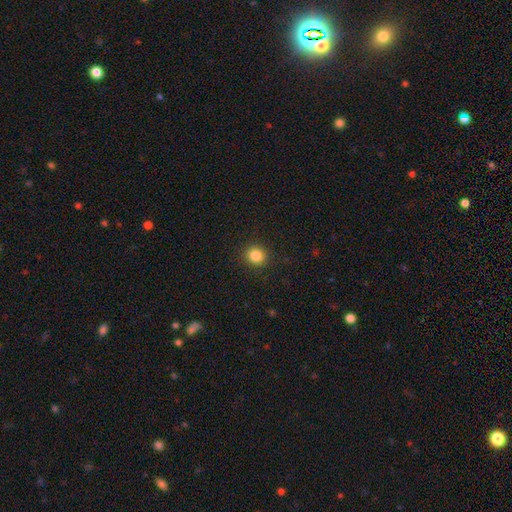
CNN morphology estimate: Smooth or featured: smooth — 85% (star or artifact — 11%)
How rounded: round — 87% (in between — 12%)
Merging: none — 90% (minor disturbance — 6%)